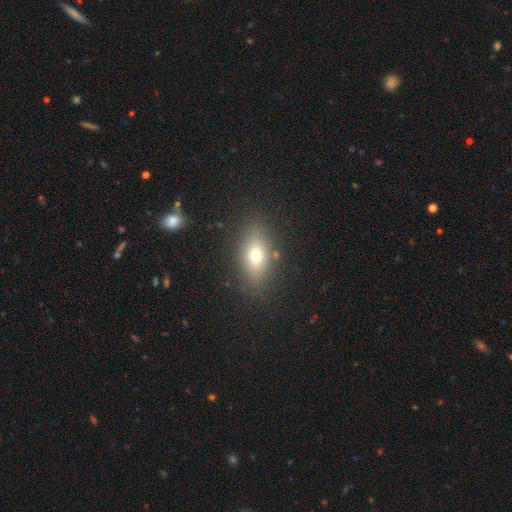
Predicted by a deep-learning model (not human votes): Smooth or featured?
  - smooth: 70% *
  - featured or disk: 19%
  - star or artifact: 11%
How rounded?
  - in between: 81% *
  - round: 10%
  - cigar-shaped: 9%
Merging?
  - none: 83% *
  - minor disturbance: 11%
  - major disturbance: 4%
  - merger: 2%